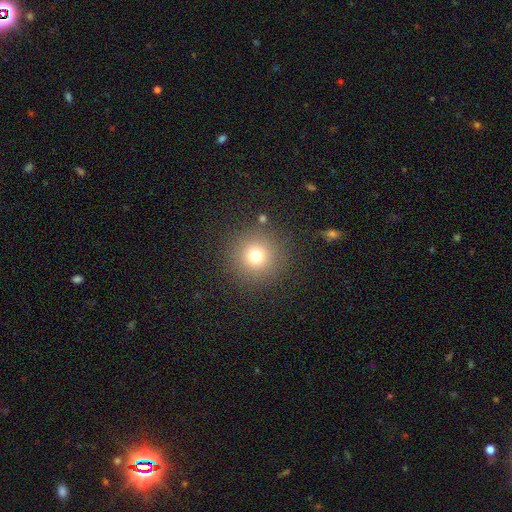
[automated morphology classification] Smooth or featured? Predicted: smooth (p=0.74). How rounded? Predicted: round (p=0.96). Merging? Predicted: none (p=0.88).